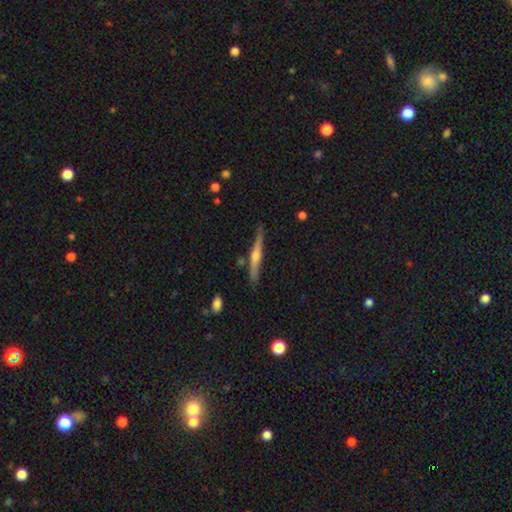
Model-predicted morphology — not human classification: The model was most divided on "smooth or featured": featured or disk: 71%, smooth: 23%, star or artifact: 6%. More confident: edge-on disk — yes (98%); merging — none (87%); edge-on bulge — rounded (85%).